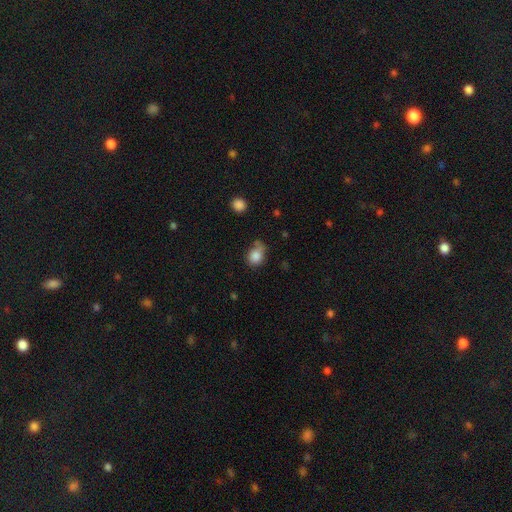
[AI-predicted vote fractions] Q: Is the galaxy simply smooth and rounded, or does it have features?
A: smooth — 83%.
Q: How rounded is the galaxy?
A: in between — 50%.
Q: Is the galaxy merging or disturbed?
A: none — 49%.